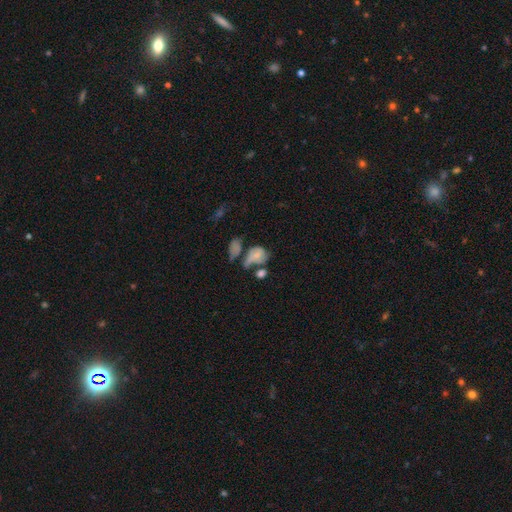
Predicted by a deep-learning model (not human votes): A smooth galaxy with no disk features (55%) that is in between round and cigar-shaped (60%). Merging: merger (33%).